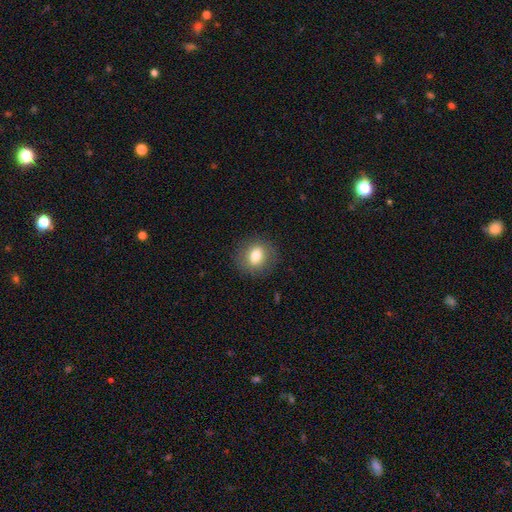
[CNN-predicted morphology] This is likely a smooth galaxy (77%). How rounded: likely round (65%). Merging: clearly none (86%).